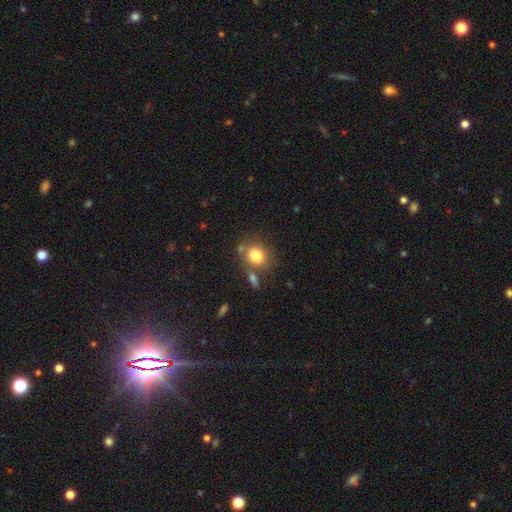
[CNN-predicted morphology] Smooth or featured: smooth — 80% (star or artifact — 10%)
How rounded: round — 71% (in between — 28%)
Merging: none — 65% (merger — 17%)